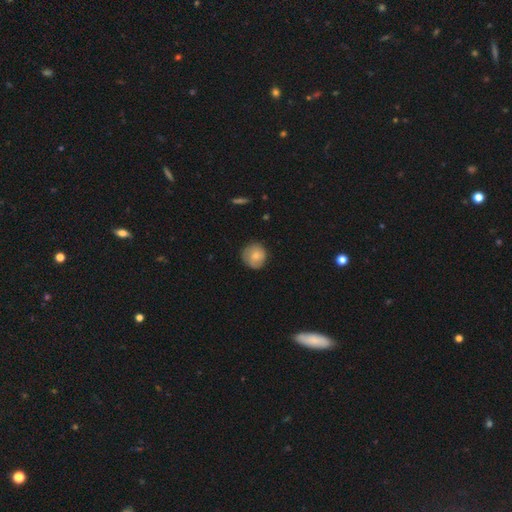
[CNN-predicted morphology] Smooth or featured: smooth — 75% (featured or disk — 18%)
How rounded: round — 90% (in between — 9%)
Merging: none — 77% (minor disturbance — 18%)